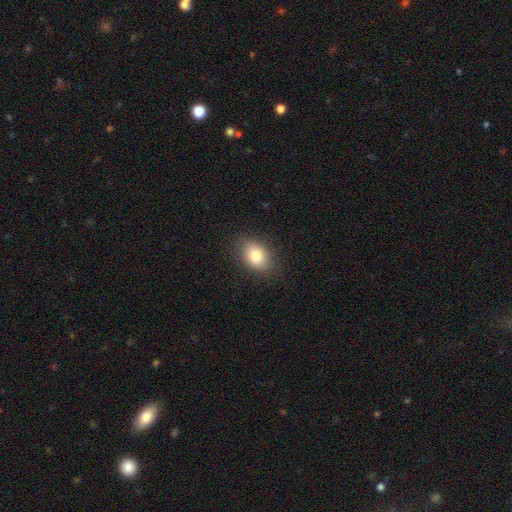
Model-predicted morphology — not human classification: smooth_or_featured: smooth (p=0.82) [alt: star or artifact p=0.09]
how_rounded: in between (p=0.74) [alt: round p=0.25]
merging: none (p=0.86) [alt: minor disturbance p=0.10]